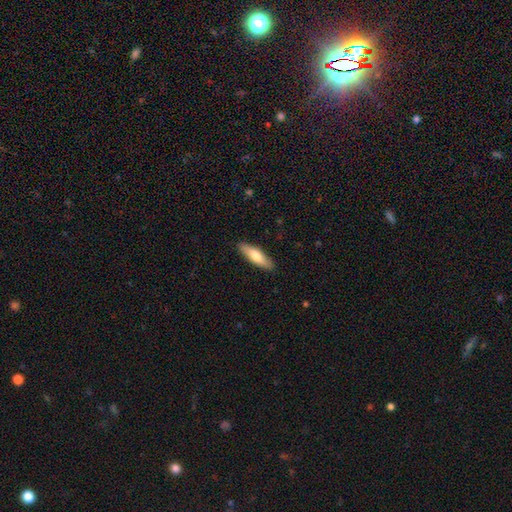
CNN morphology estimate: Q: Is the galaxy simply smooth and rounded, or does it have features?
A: smooth — 70%.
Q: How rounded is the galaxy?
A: cigar-shaped — 65%.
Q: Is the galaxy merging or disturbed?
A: none — 89%.